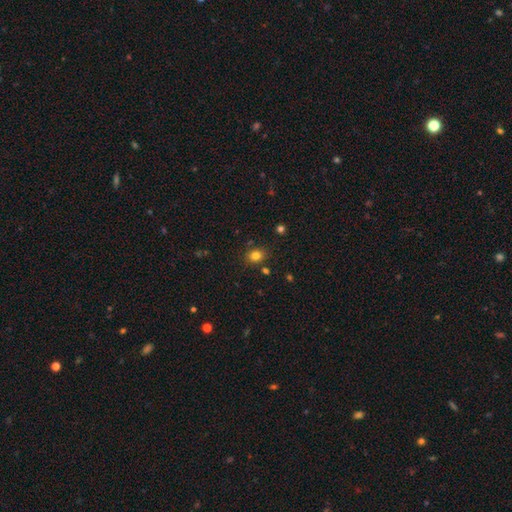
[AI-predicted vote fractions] smooth 80%, star or artifact 14%, featured or disk 6%. Down the decision tree: how rounded — round (61%); merging — none (82%).